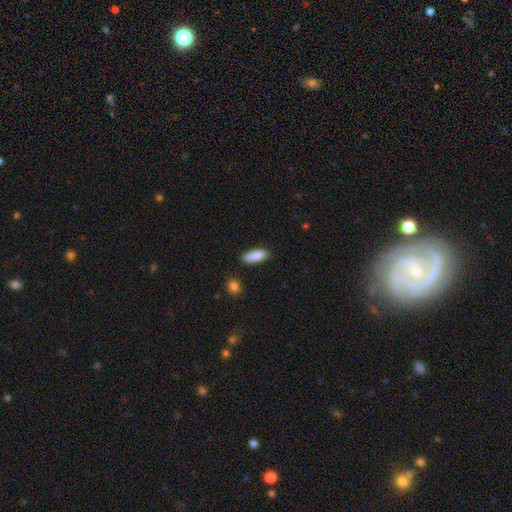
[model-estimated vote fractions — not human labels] Q: Smooth or featured?
A: smooth (87%); runner-up: featured or disk (7%)
Q: How rounded?
A: in between (72%); runner-up: cigar-shaped (27%)
Q: Merging?
A: none (80%); runner-up: minor disturbance (15%)